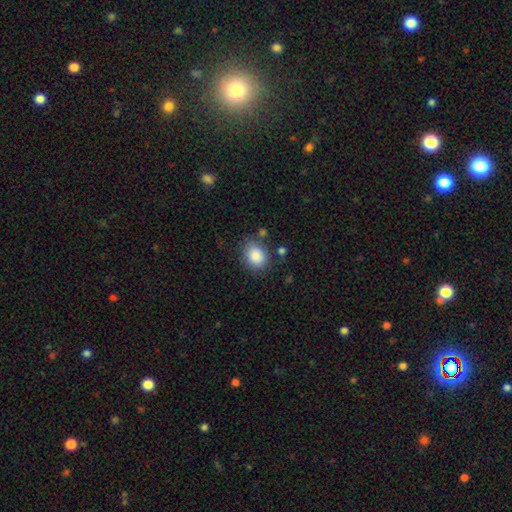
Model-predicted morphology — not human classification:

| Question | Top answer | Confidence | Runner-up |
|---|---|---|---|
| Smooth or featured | smooth | 88% | star or artifact (8%) |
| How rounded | in between | 51% | round (48%) |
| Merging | none | 76% | minor disturbance (15%) |